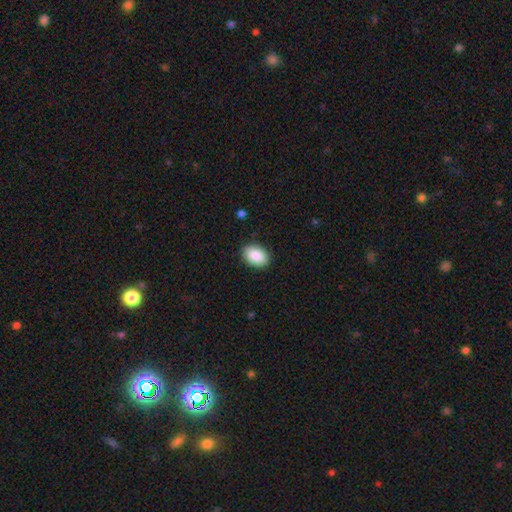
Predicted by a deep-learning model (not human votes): Smooth or featured? smooth (90%)
How rounded? in between (87%)
Merging? none (89%)